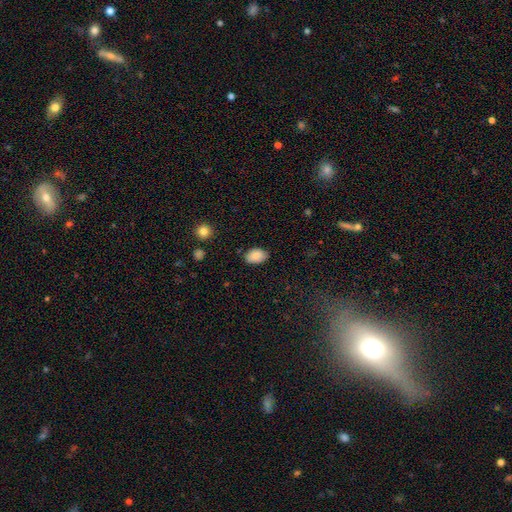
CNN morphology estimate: Smooth or featured?
  - smooth: 87% *
  - star or artifact: 7%
  - featured or disk: 6%
How rounded?
  - in between: 87% *
  - round: 12%
  - cigar-shaped: 1%
Merging?
  - none: 81% *
  - minor disturbance: 15%
  - major disturbance: 3%
  - merger: 1%